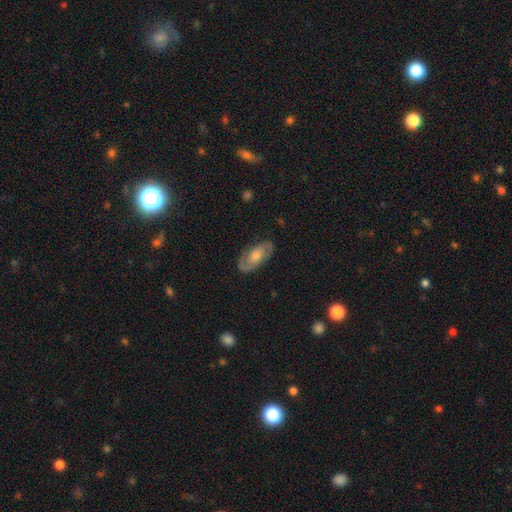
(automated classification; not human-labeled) This is likely a featured or disk galaxy (68%). It is clearly not viewed edge-on (92%). Bar: likely no (66%). Spiral arm pattern: clearly yes (85%). Spiral arm count: likely 2 (78%). Spiral winding: marginally tight (43%). Central bulge: likely moderate (60%). Merging: clearly none (82%).